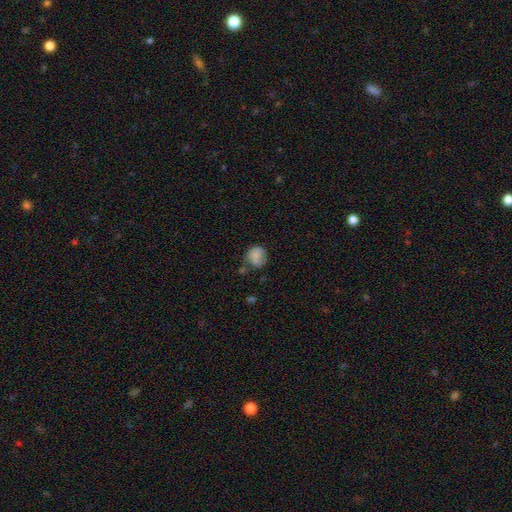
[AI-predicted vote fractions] This is likely a smooth galaxy (78%). How rounded: likely round (77%). Merging: possibly none (57%).